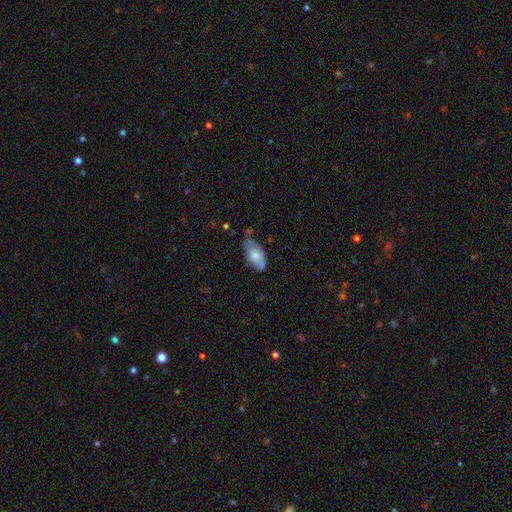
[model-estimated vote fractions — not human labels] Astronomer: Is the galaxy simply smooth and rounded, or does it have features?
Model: smooth — 69%.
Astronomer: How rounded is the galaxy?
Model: in between — 88%.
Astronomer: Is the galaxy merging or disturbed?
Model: none — 49% (runner-up: minor disturbance, 36%).